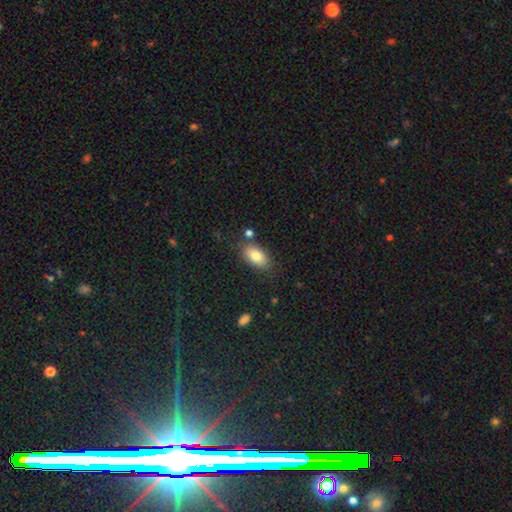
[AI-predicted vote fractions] The model was most divided on "merging": none: 79%, minor disturbance: 13%, merger: 5%, major disturbance: 3%. More confident: how rounded — in between (90%); smooth or featured — smooth (81%).